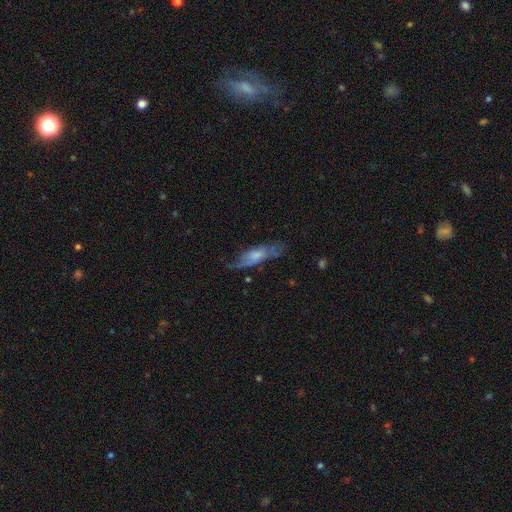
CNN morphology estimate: smooth_or_featured: smooth (p=0.49) [alt: featured or disk p=0.44]
merging: none (p=0.48) [alt: minor disturbance p=0.31]